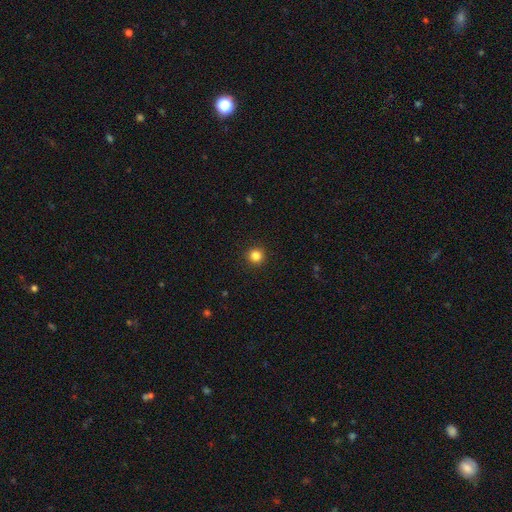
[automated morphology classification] Smooth or featured? smooth (84%)
How rounded? round (95%)
Merging? none (93%)